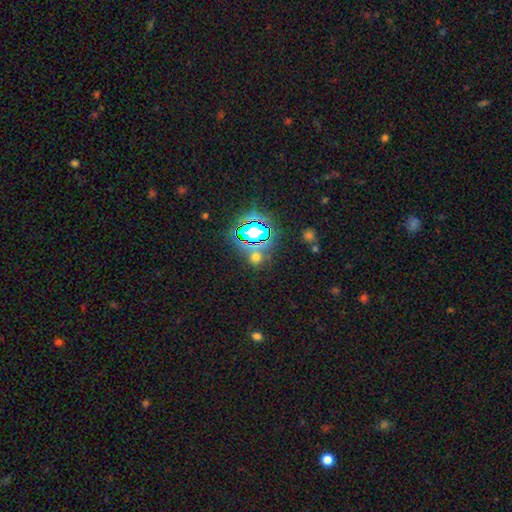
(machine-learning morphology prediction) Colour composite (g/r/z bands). It shows a star or artifact, not a galaxy (66%).